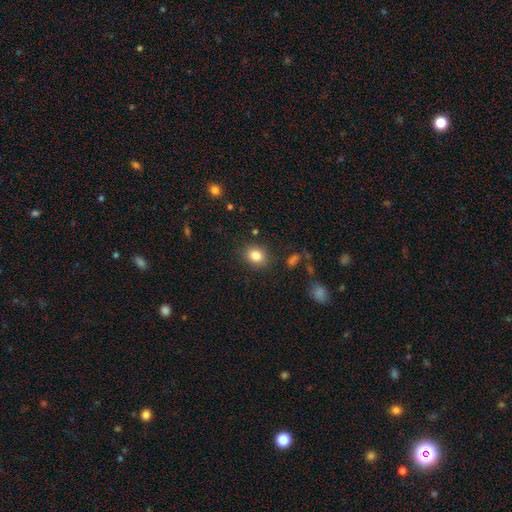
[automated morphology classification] smooth-or-featured: smooth: 83% | star or artifact: 10% | featured or disk: 6%
  how-rounded: round: 57% | in between: 42% | cigar-shaped: 1%
  merging: none: 85% | minor disturbance: 10% | major disturbance: 3% | merger: 2%